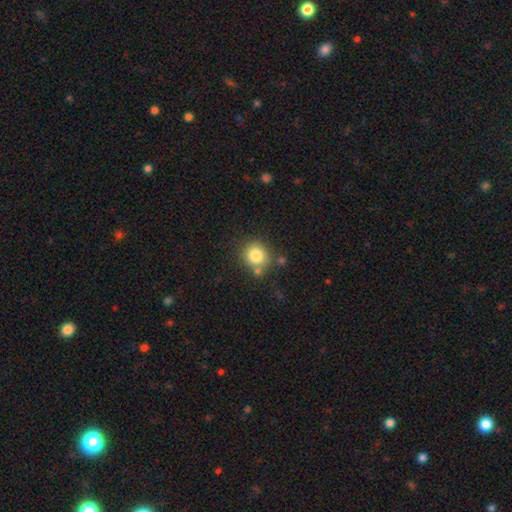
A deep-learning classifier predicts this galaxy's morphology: This appears to be a smooth galaxy with no disk features (82%) that is round (88%). Merging: none (69%).